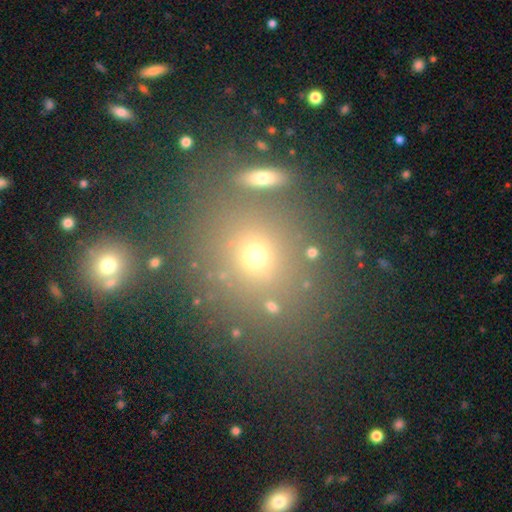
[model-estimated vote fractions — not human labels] This is possibly a smooth galaxy (60%). How rounded: likely round (71%). Merging: likely none (72%).